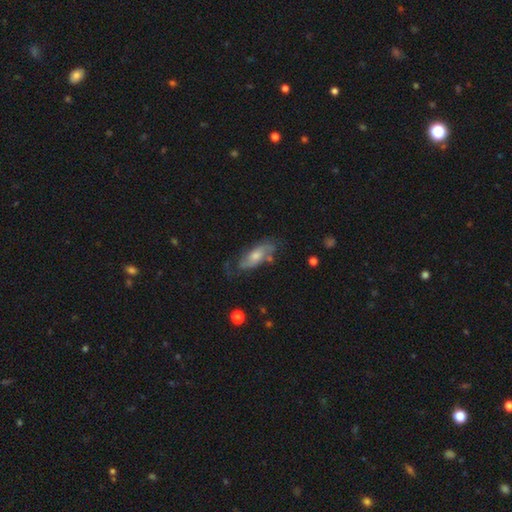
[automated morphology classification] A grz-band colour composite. It shows a featured or disk galaxy (68%) with no bar (64%), spiral arms (85%) and a moderate central bulge (57%). Merging: none (64%).